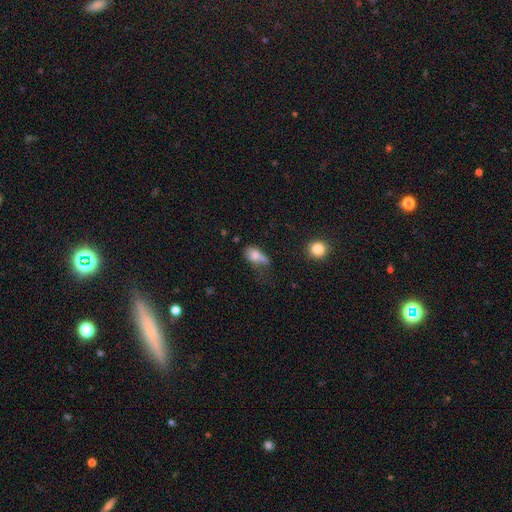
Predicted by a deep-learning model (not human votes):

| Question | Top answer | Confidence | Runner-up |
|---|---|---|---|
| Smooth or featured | smooth | 71% | featured or disk (18%) |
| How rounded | in between | 76% | round (18%) |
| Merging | major disturbance | 26% | tied: none (26%) |